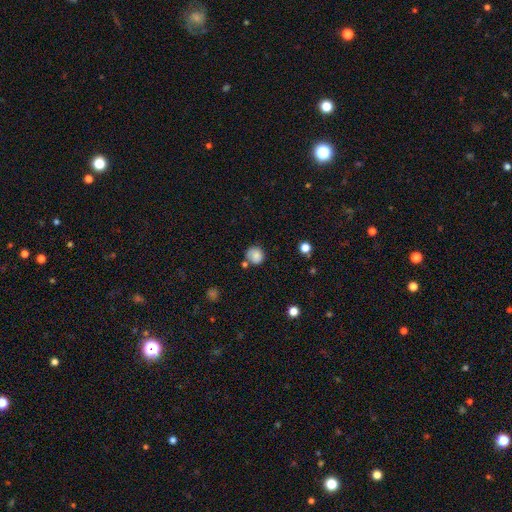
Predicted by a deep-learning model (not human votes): Morphology: type=smooth (82%); roundness=round (87%); merging=none (66%).